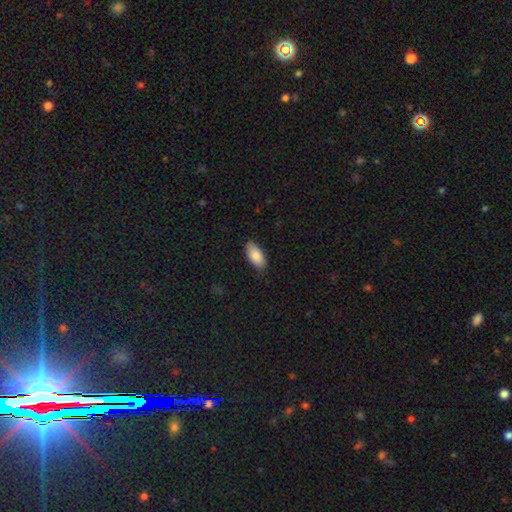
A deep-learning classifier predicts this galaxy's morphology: Q: Smooth or featured?
A: smooth (86%); runner-up: featured or disk (8%)
Q: How rounded?
A: in between (93%); runner-up: cigar-shaped (5%)
Q: Merging?
A: none (83%); runner-up: minor disturbance (13%)